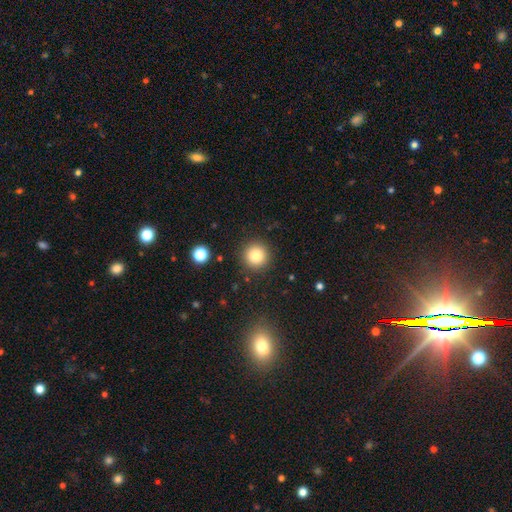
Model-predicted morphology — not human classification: Q: Smooth or featured?
A: smooth (82%); runner-up: star or artifact (11%)
Q: How rounded?
A: round (95%); runner-up: in between (4%)
Q: Merging?
A: none (90%); runner-up: minor disturbance (6%)